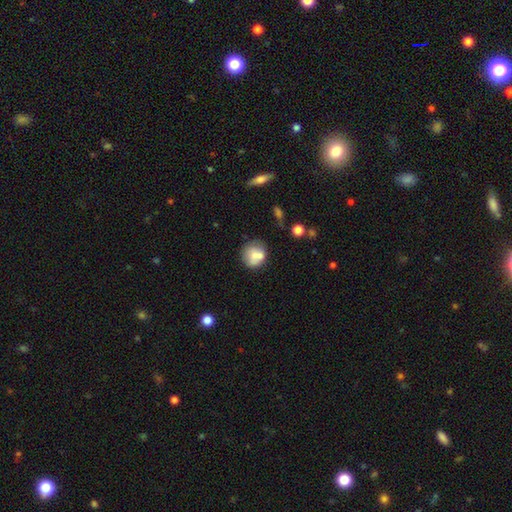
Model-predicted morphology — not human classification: smooth 71%, featured or disk 21%, star or artifact 9%. Down the decision tree: how rounded — round (82%); merging — none (53%).